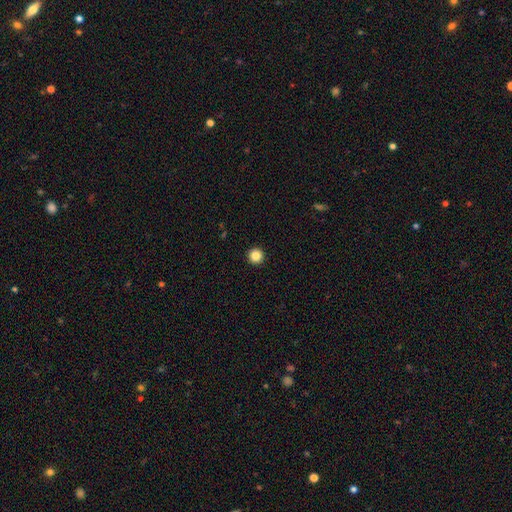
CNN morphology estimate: Q: Smooth or featured?
A: smooth (86%); runner-up: star or artifact (11%)
Q: How rounded?
A: round (96%); runner-up: in between (3%)
Q: Merging?
A: none (94%); runner-up: minor disturbance (4%)